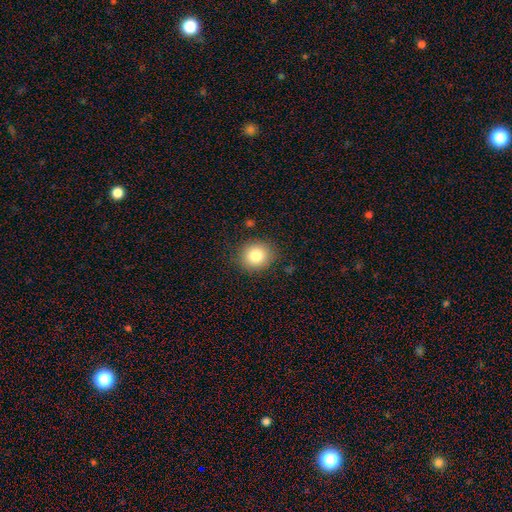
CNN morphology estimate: This is clearly a smooth galaxy (82%). How rounded: likely round (78%). Merging: clearly none (86%).